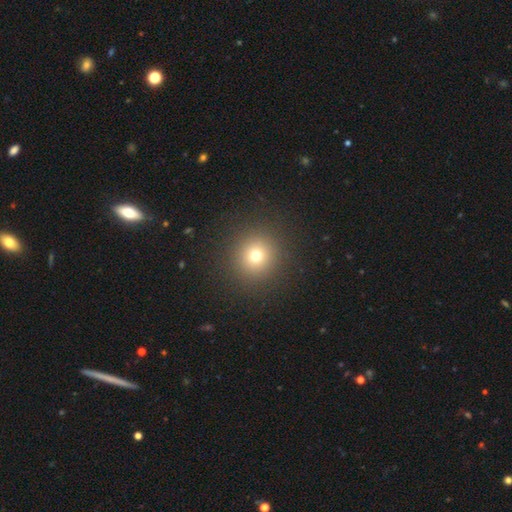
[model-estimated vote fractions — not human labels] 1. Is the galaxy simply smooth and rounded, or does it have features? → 71% smooth, 19% star or artifact, 9% featured or disk.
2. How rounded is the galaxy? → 93% round, 6% in between, 1% cigar-shaped.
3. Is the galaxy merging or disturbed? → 90% none, 5% minor disturbance, 3% major disturbance, 1% merger.